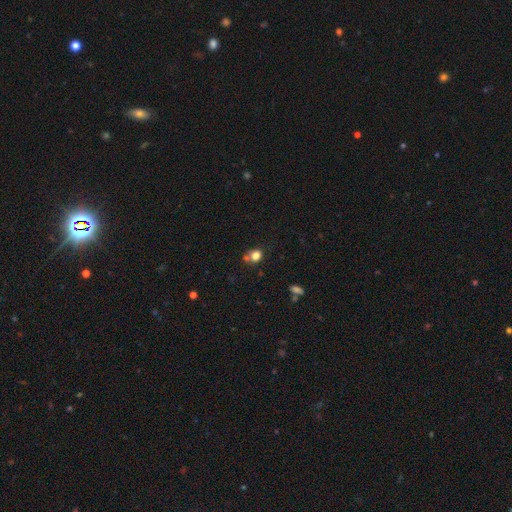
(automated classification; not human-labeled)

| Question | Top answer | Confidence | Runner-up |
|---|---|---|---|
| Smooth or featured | smooth | 78% | star or artifact (14%) |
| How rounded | round | 67% | in between (32%) |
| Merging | none | 54% | merger (20%) |